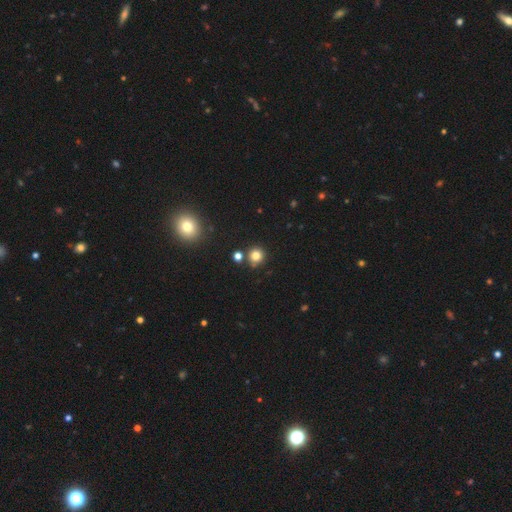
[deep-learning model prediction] The model was most divided on "smooth or featured": smooth: 79%, star or artifact: 15%, featured or disk: 6%. More confident: how rounded — round (92%); merging — none (82%).